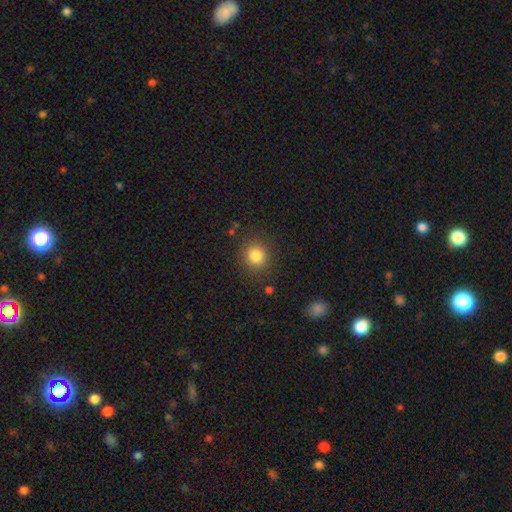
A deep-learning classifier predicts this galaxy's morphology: Smooth or featured: smooth — 82% (star or artifact — 12%)
How rounded: round — 89% (in between — 10%)
Merging: none — 87% (minor disturbance — 8%)